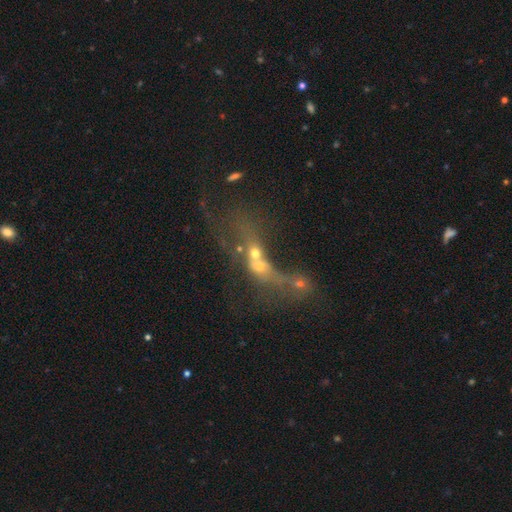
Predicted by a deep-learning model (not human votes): The model was most divided on "smooth or featured": featured or disk: 46%, smooth: 33%, star or artifact: 22%. More confident: merging — merger (65%).